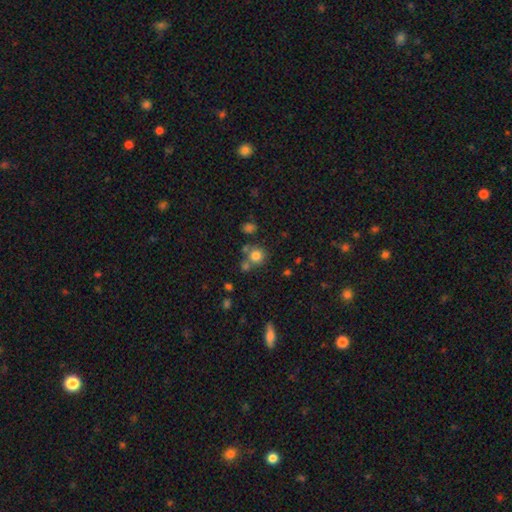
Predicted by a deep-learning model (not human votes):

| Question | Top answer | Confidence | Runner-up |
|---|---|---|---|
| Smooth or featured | smooth | 78% | star or artifact (13%) |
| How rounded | round | 89% | in between (10%) |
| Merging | none | 62% | merger (23%) |